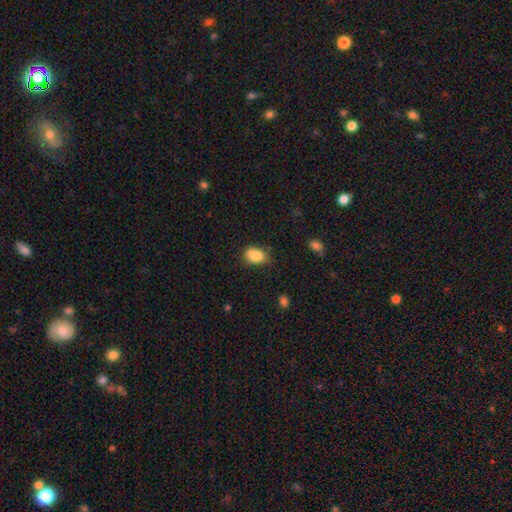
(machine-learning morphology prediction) A smooth galaxy with no disk features (81%) that is in between round and cigar-shaped (64%). Merging: none (53%).